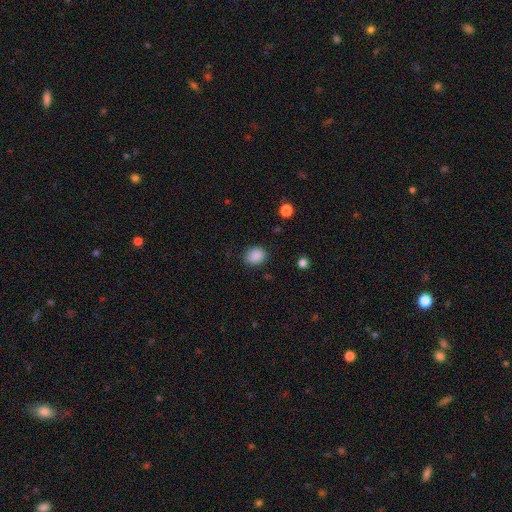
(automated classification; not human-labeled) Overall: smooth (87%). How rounded: round (62%; in between 37%). Merging: none (82%).